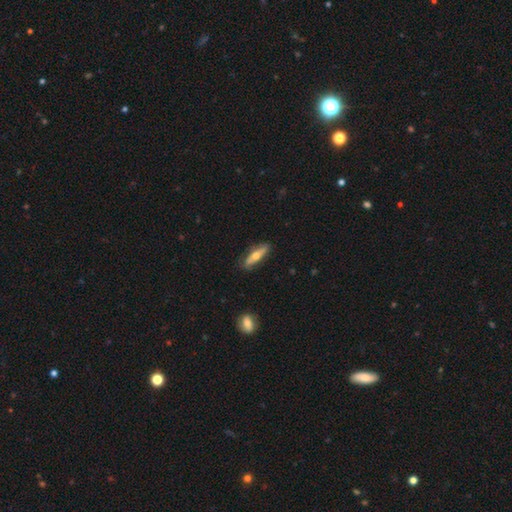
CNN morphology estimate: smooth-or-featured: featured or disk: 48% | smooth: 46% | star or artifact: 6%
  merging: none: 81% | minor disturbance: 15% | major disturbance: 3% | merger: 1%